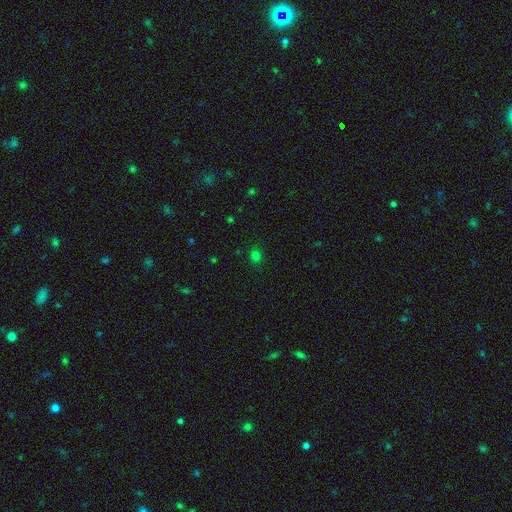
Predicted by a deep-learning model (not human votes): smooth_or_featured: smooth (p=0.75) [alt: star or artifact p=0.21]
how_rounded: round (p=0.79) [alt: in between p=0.20]
merging: none (p=0.88) [alt: minor disturbance p=0.08]